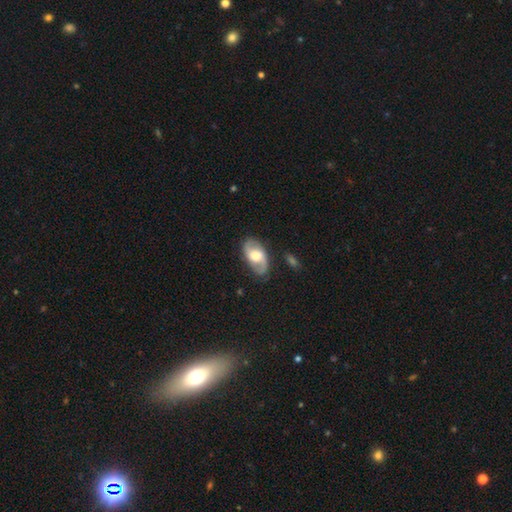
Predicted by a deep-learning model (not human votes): Smooth or featured?
  - featured or disk: 65% *
  - smooth: 29%
  - star or artifact: 6%
Edge-on disk?
  - no: 94% *
  - yes: 6%
Bar?
  - no: 50% *
  - weak: 38%
  - strong: 12%
Spiral arms?
  - yes: 83% *
  - no: 17%
Spiral winding?
  - medium: 45% *
  - loose: 34%
  - tight: 21%
Spiral arm count?
  - 2: 87% *
  - can't tell: 7%
  - 1: 3%
  - 3: 1%
  - 4: 1%
  - more than 4: 1%
Bulge size?
  - moderate: 51% *
  - large: 36%
  - small: 8%
  - dominant: 3%
  - none: 2%
Merging?
  - none: 79% *
  - minor disturbance: 15%
  - major disturbance: 5%
  - merger: 2%